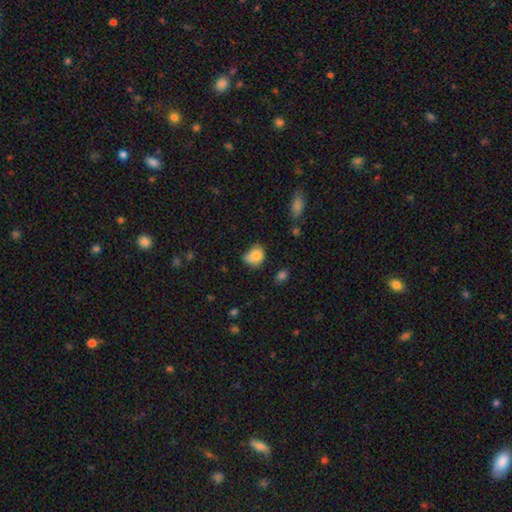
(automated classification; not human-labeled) This appears to be a smooth galaxy with no disk features (81%) that is in between round and cigar-shaped (58%). Merging: none (41%).